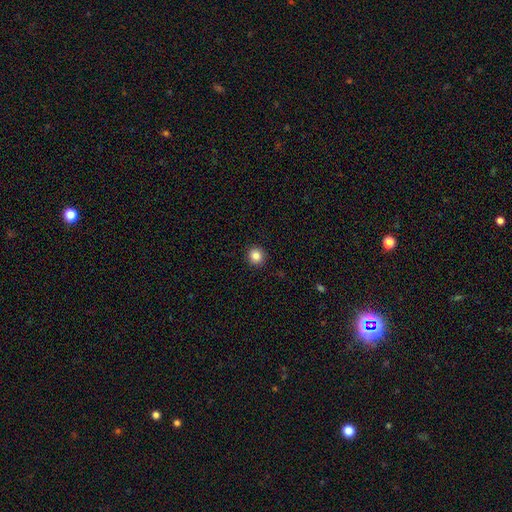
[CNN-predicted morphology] Smooth or featured?
  - smooth: 86% *
  - star or artifact: 10%
  - featured or disk: 4%
How rounded?
  - round: 91% *
  - in between: 8%
  - cigar-shaped: 1%
Merging?
  - none: 92% *
  - minor disturbance: 6%
  - major disturbance: 2%
  - merger: 1%